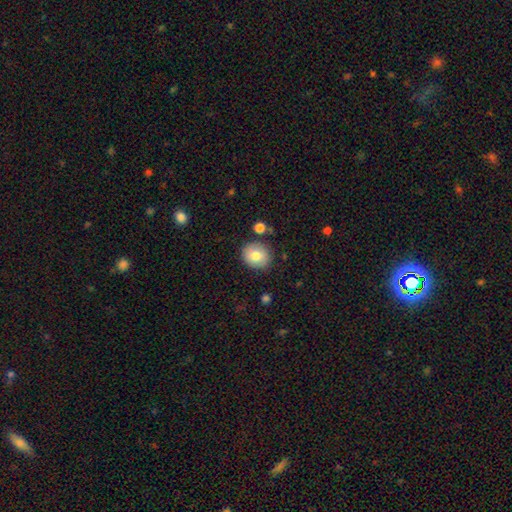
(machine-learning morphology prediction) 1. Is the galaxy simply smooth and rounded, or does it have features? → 76% smooth, 15% featured or disk, 8% star or artifact.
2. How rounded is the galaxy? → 79% round, 20% in between, 1% cigar-shaped.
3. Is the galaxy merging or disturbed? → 83% none, 10% minor disturbance, 4% merger, 3% major disturbance.